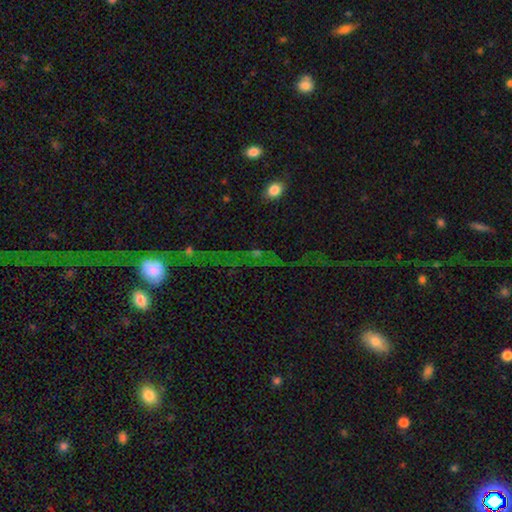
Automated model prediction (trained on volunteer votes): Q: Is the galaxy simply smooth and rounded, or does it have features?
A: star or artifact — 47%.